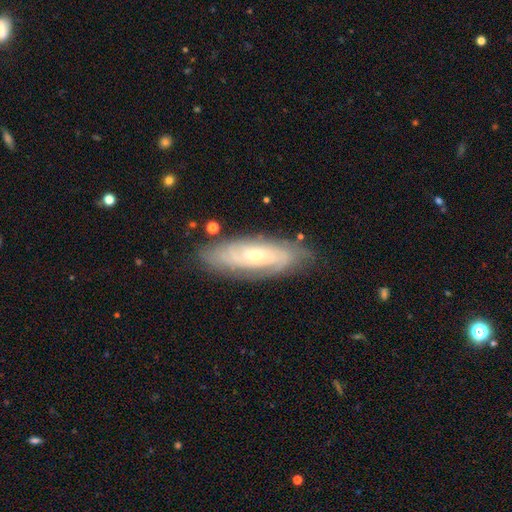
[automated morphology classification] This is likely a featured or disk galaxy (74%). It is clearly not viewed edge-on (83%). Bar: likely no (75%). Spiral arm pattern: clearly yes (86%). Spiral arm count: possibly can't tell (57%). Spiral winding: likely tight (70%). Central bulge: likely small (66%). Merging: likely none (79%).